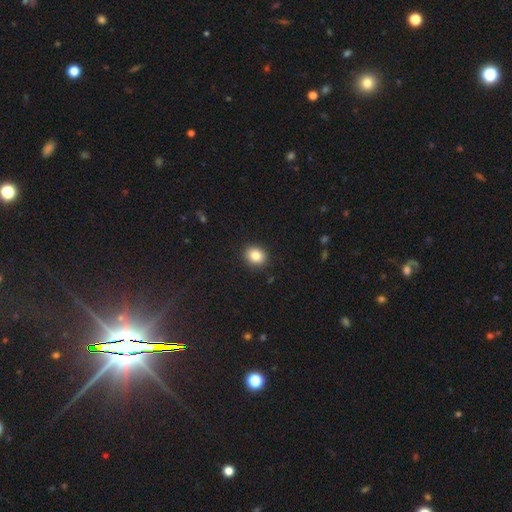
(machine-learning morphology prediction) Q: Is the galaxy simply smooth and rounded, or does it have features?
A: smooth — 83%.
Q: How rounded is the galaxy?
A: round — 63%.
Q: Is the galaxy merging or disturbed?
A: none — 91%.